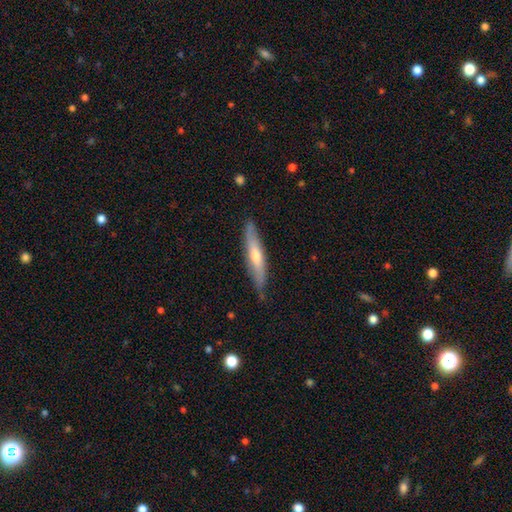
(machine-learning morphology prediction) type=featured or disk (49%); merging=none (81%).